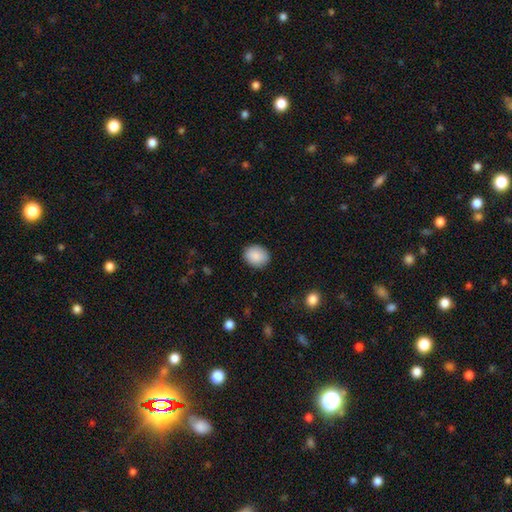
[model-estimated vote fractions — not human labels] A smooth galaxy with no disk features (89%) that is round (56%).

Vote fractions:
- Smooth or featured? smooth: 89% / star or artifact: 7% / featured or disk: 4%
- How rounded? round: 56% / in between: 43% / cigar-shaped: 1%
- Merging? none: 88% / minor disturbance: 9% / major disturbance: 2% / merger: 1%